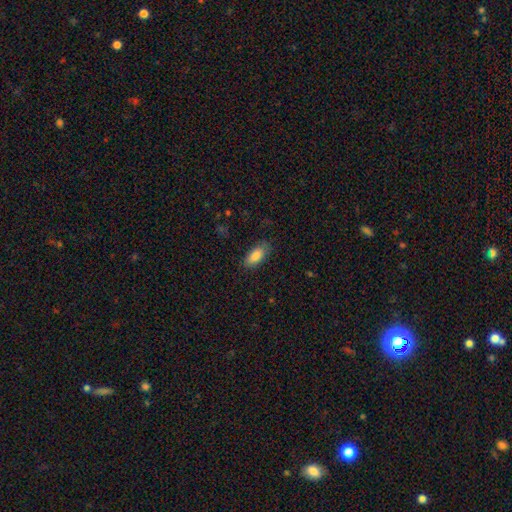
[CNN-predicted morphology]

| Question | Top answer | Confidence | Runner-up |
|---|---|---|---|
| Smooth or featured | smooth | 85% | featured or disk (8%) |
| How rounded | in between | 87% | cigar-shaped (10%) |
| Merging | none | 80% | minor disturbance (16%) |